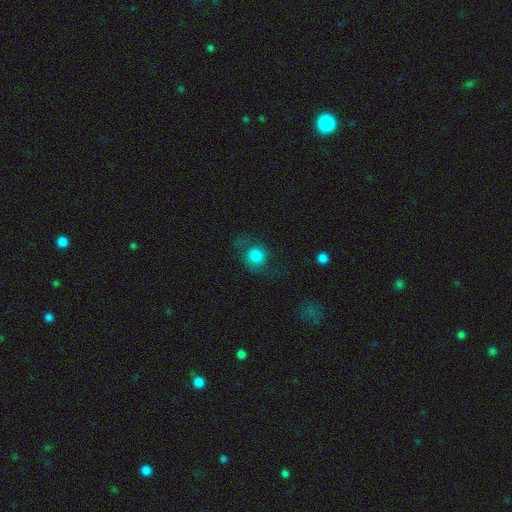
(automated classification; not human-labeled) A smooth galaxy with no disk features (77%) that is round (87%).

Vote fractions:
- Smooth or featured? smooth: 77% / featured or disk: 12% / star or artifact: 11%
- How rounded? round: 87% / in between: 12% / cigar-shaped: 1%
- Merging? none: 62% / minor disturbance: 19% / major disturbance: 17% / merger: 2%